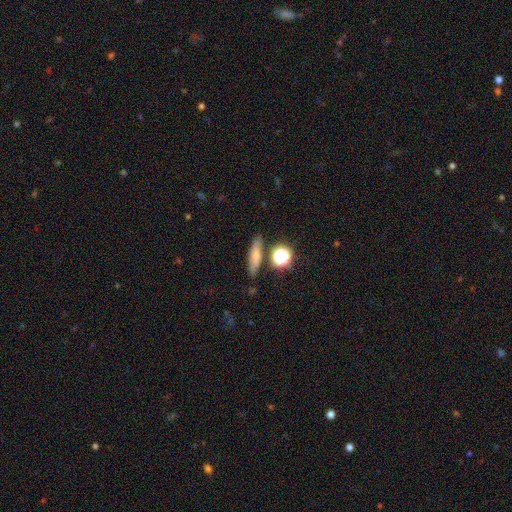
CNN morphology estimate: Smooth or featured? Predicted: smooth (p=0.62). How rounded? Predicted: cigar-shaped (p=0.58). Merging? Predicted: none (p=0.79).